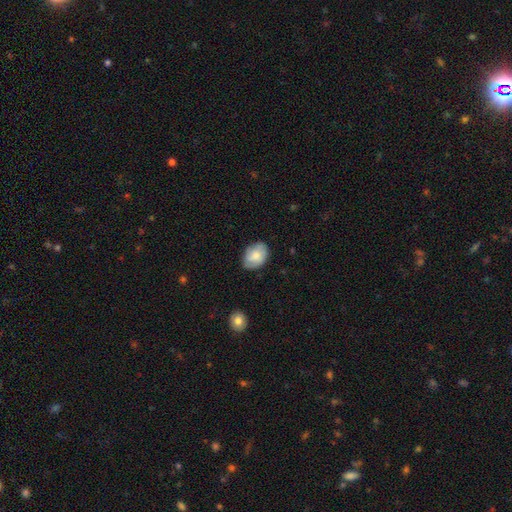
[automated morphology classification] smooth_or_featured: smooth (p=0.76) [alt: featured or disk p=0.17]
how_rounded: in between (p=0.74) [alt: round p=0.25]
merging: none (p=0.77) [alt: minor disturbance p=0.19]